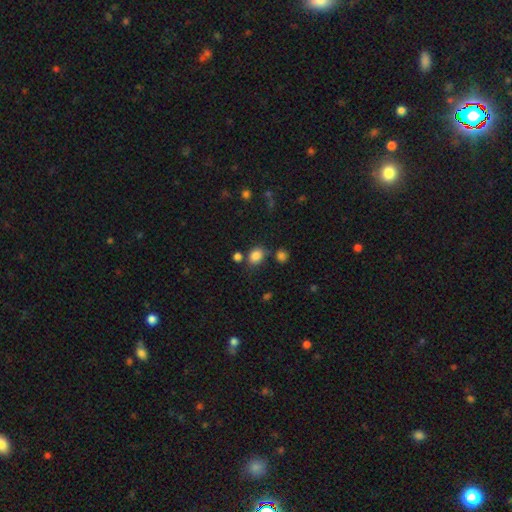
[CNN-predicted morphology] Smooth or featured?
  - smooth: 83% *
  - star or artifact: 12%
  - featured or disk: 5%
How rounded?
  - in between: 58% *
  - round: 41%
  - cigar-shaped: 1%
Merging?
  - none: 70% *
  - minor disturbance: 14%
  - merger: 11%
  - major disturbance: 5%